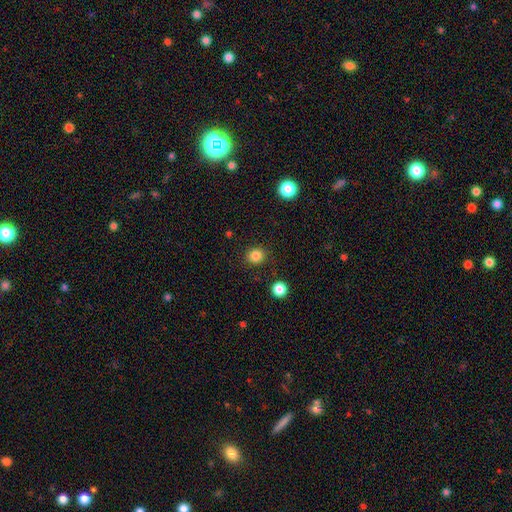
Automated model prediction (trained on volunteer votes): Q: Smooth or featured?
A: smooth (84%); runner-up: star or artifact (12%)
Q: How rounded?
A: round (84%); runner-up: in between (15%)
Q: Merging?
A: none (88%); runner-up: minor disturbance (7%)